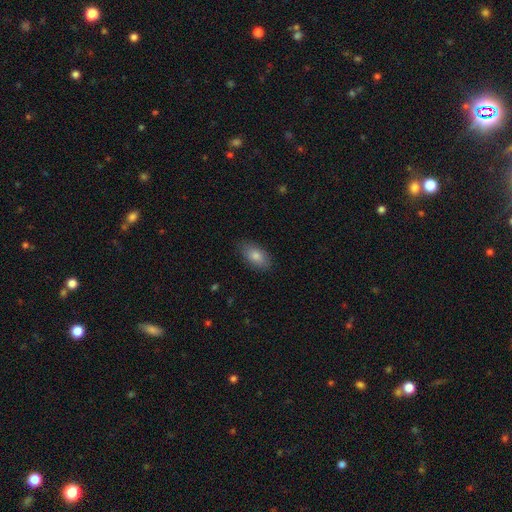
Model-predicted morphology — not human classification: Overall: smooth (80%). How rounded: in between (92%). Merging: none (86%).